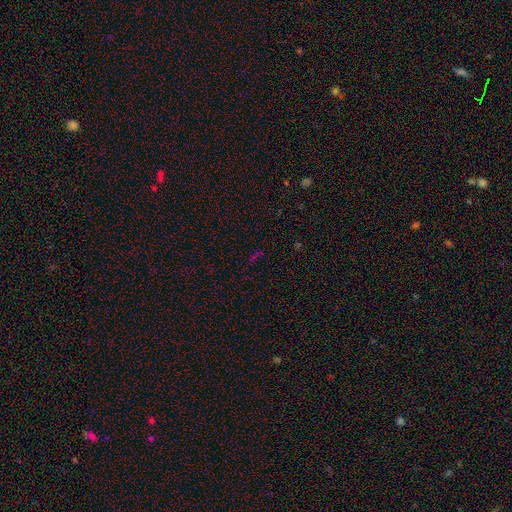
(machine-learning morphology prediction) A star or artifact, not a galaxy (66%).